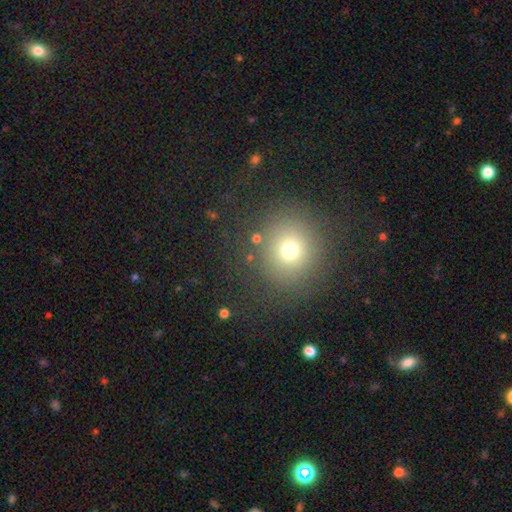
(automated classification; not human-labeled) This appears to be a smooth galaxy with no disk features (68%) that is round (89%). Merging: none (85%).